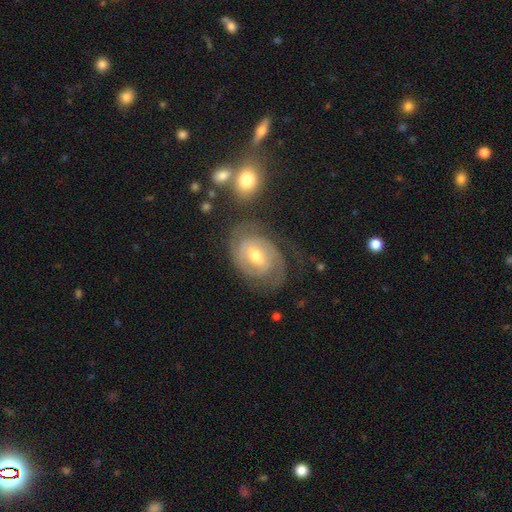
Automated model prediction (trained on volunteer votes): Smooth or featured: featured or disk — 85% (smooth — 10%)
Edge-on disk: no — 97% (yes — 3%)
Bar: weak — 53% (no — 25%)
Spiral arms: yes — 95% (no — 5%)
Spiral winding: tight — 64% (medium — 29%)
Spiral arm count: 2 — 64% (can't tell — 16%)
Bulge size: moderate — 66% (small — 28%)
Merging: none — 66% (minor disturbance — 18%)